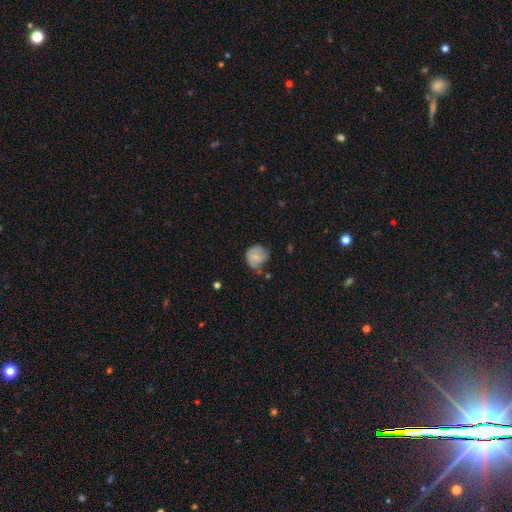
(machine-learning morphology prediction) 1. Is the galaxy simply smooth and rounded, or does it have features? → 63% smooth, 28% featured or disk, 9% star or artifact.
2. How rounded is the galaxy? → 73% round, 26% in between, 1% cigar-shaped.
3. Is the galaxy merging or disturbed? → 44% none, 36% minor disturbance, 14% major disturbance, 6% merger.